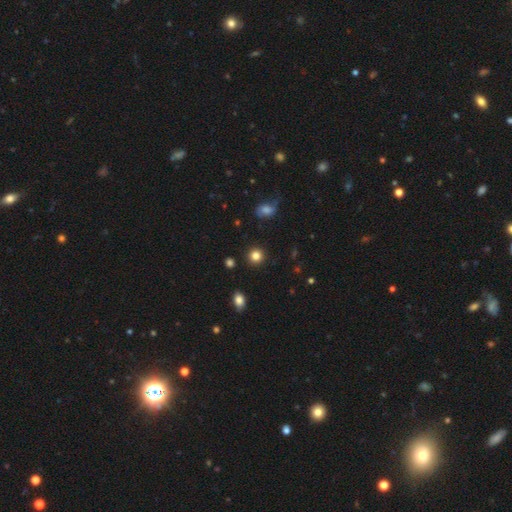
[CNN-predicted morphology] smooth-or-featured: smooth: 84% | star or artifact: 12% | featured or disk: 5%
  how-rounded: round: 91% | in between: 8% | cigar-shaped: 1%
  merging: none: 91% | minor disturbance: 6% | major disturbance: 2% | merger: 1%